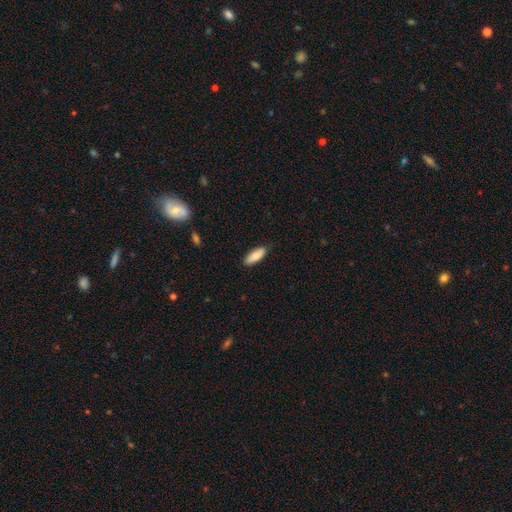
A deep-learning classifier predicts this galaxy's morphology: Overall: smooth (82%). How rounded: in between (66%; cigar-shaped 32%). Merging: none (85%).